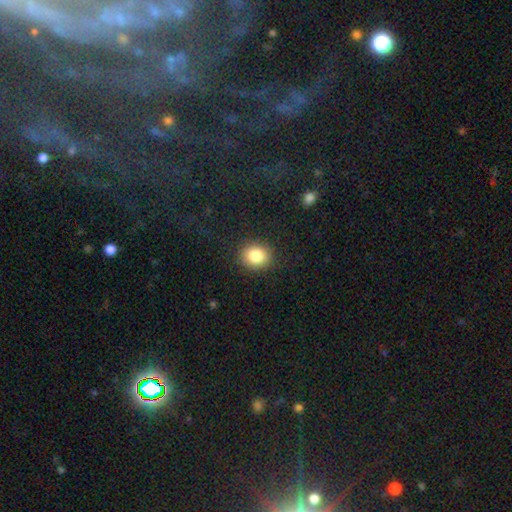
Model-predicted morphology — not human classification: This appears to be a smooth galaxy with no disk features (84%) that is round (67%). Merging: none (89%).